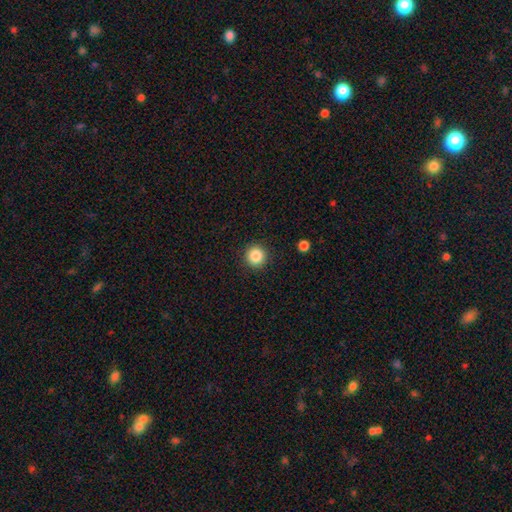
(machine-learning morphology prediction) A smooth galaxy with no disk features (86%) that is round (95%).

Vote fractions:
- Smooth or featured? smooth: 86% / star or artifact: 10% / featured or disk: 4%
- How rounded? round: 95% / in between: 4% / cigar-shaped: 1%
- Merging? none: 91% / minor disturbance: 5% / major disturbance: 2% / merger: 1%